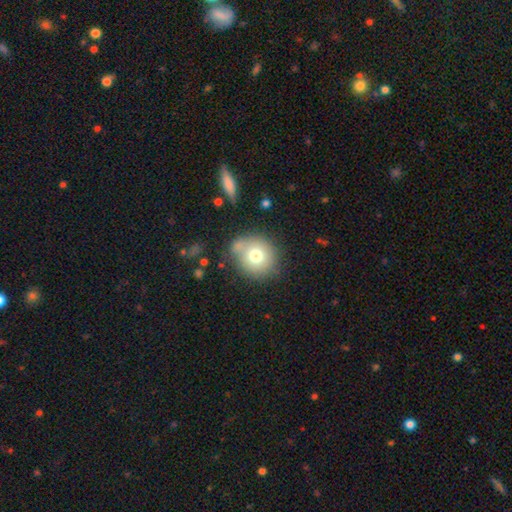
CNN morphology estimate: The model was most divided on "merging": none: 66%, minor disturbance: 18%, merger: 10%, major disturbance: 7%. More confident: how rounded — round (84%); smooth or featured — smooth (73%).